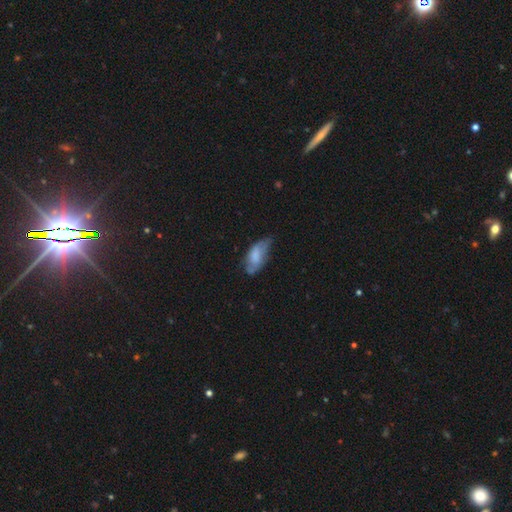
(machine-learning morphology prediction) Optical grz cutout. It shows a smooth galaxy with no disk features (65%) that is in between round and cigar-shaped (88%). Merging: minor disturbance (41%).